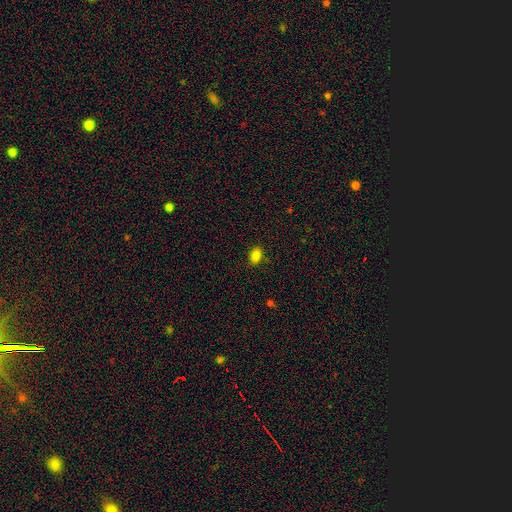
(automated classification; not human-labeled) Smooth or featured? smooth (85%)
How rounded? in between (86%)
Merging? none (87%)